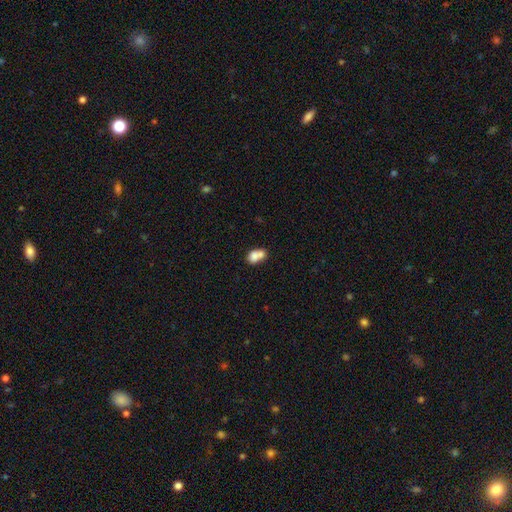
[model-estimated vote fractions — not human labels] smooth_or_featured: smooth (p=0.75) [alt: featured or disk p=0.16]
how_rounded: in between (p=0.65) [alt: round p=0.33]
merging: merger (p=0.60) [alt: none p=0.26]